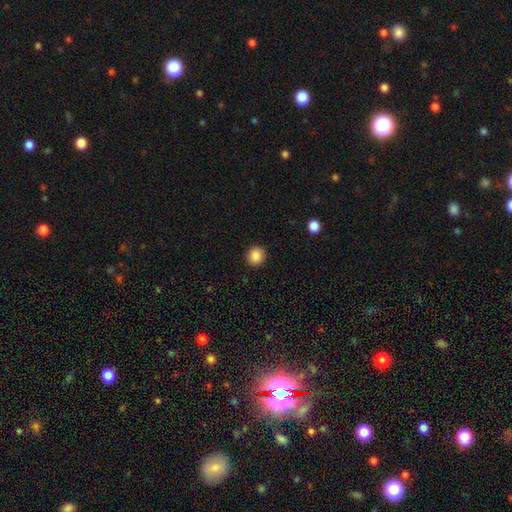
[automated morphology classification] This appears to be a smooth galaxy with no disk features (87%) that is round (87%). Merging: none (91%).